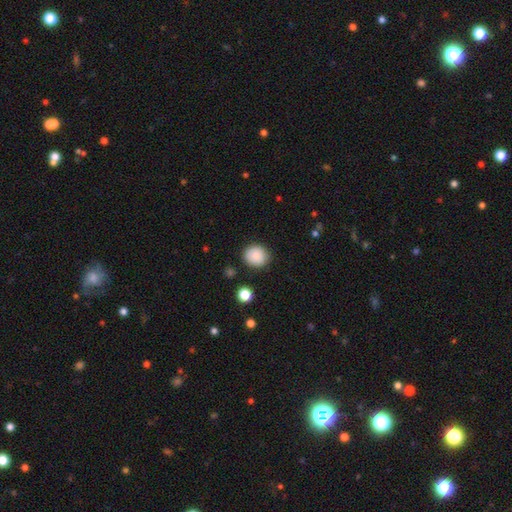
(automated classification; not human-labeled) Smooth or featured?
  - smooth: 86% *
  - star or artifact: 8%
  - featured or disk: 5%
How rounded?
  - round: 84% *
  - in between: 15%
  - cigar-shaped: 1%
Merging?
  - none: 87% *
  - minor disturbance: 9%
  - major disturbance: 2%
  - merger: 2%